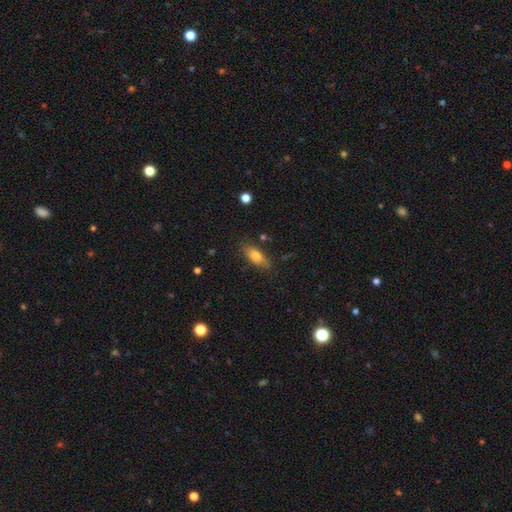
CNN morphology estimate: A smooth galaxy with no disk features (75%) that is in between round and cigar-shaped (75%).

Vote fractions:
- Smooth or featured? smooth: 75% / featured or disk: 18% / star or artifact: 8%
- How rounded? in between: 75% / cigar-shaped: 22% / round: 3%
- Merging? none: 78% / minor disturbance: 16% / major disturbance: 4% / merger: 2%